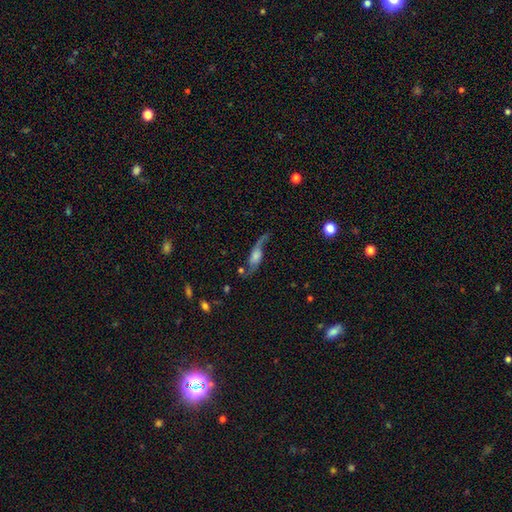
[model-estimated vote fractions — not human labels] A featured or disk galaxy (78%) with no bar (59%), 2 (90%) loose (85%) spiral arms (94%) and a small central bulge (34%).

Vote fractions:
- Smooth or featured? featured or disk: 78% / smooth: 15% / star or artifact: 7%
- Edge-on disk? no: 87% / yes: 13%
- Bar? no: 59% / weak: 30% / strong: 11%
- Spiral arms? yes: 94% / no: 6%
- Spiral winding? loose: 85% / medium: 12% / tight: 4%
- Spiral arm count? 2: 90% / 1: 5% / can't tell: 2% / 3: 1% / 4: 1% / more than 4: 1%
- Bulge size? small: 34% / moderate: 31% / none: 16% / large: 15% / dominant: 4%
- Merging? none: 61% / minor disturbance: 20% / major disturbance: 14% / merger: 5%